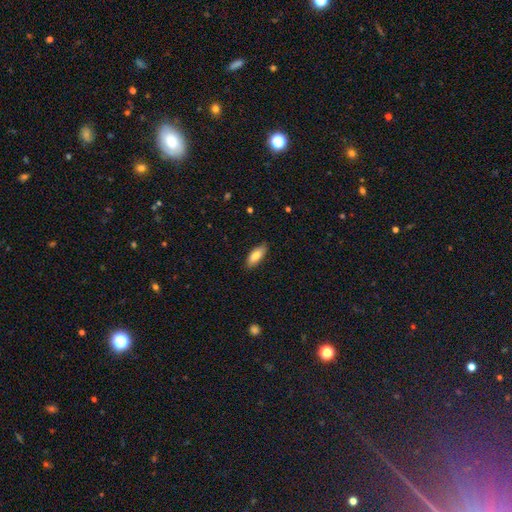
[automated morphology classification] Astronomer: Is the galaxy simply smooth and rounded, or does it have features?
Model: smooth — 79%.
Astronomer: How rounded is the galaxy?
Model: in between — 72%.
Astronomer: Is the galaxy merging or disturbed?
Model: none — 86%.